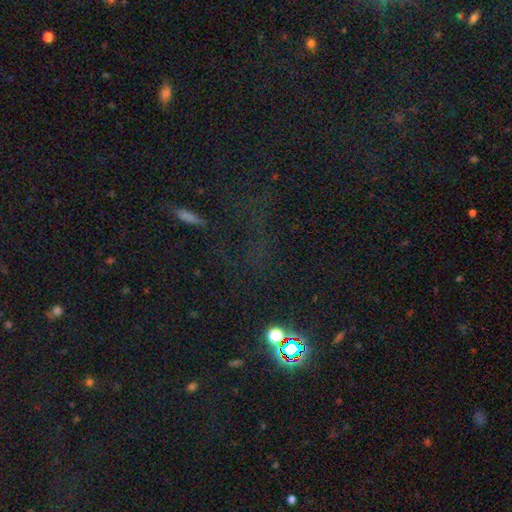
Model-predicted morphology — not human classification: Q: Smooth or featured?
A: star or artifact (67%); runner-up: smooth (23%)